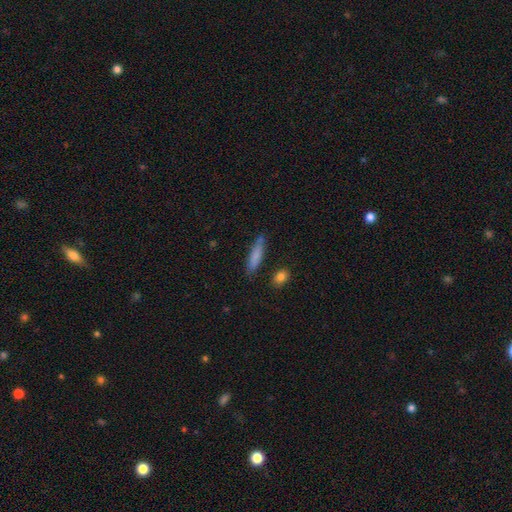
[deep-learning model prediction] Q: Smooth or featured?
A: smooth (79%); runner-up: featured or disk (14%)
Q: How rounded?
A: cigar-shaped (82%); runner-up: in between (16%)
Q: Merging?
A: none (78%); runner-up: minor disturbance (15%)